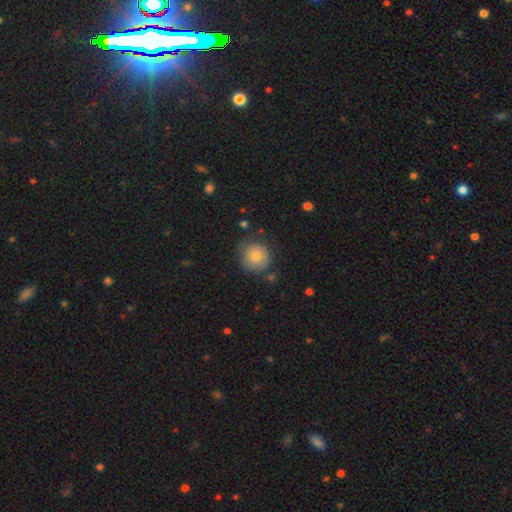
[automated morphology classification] smooth-or-featured: smooth: 78% | featured or disk: 12% | star or artifact: 10%
  how-rounded: round: 92% | in between: 7% | cigar-shaped: 1%
  merging: none: 76% | minor disturbance: 17% | major disturbance: 4% | merger: 3%